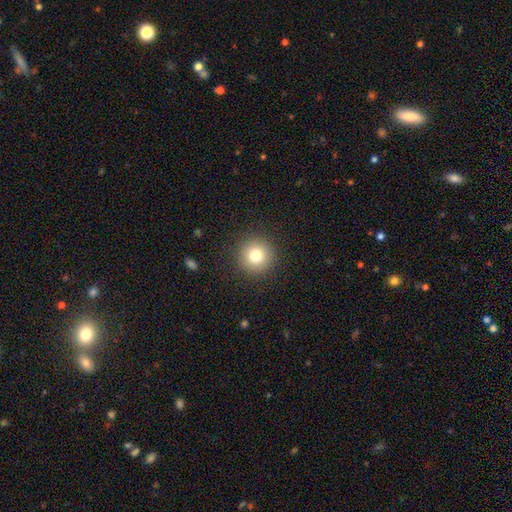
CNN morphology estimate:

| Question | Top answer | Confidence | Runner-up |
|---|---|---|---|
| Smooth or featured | smooth | 79% | star or artifact (12%) |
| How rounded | round | 95% | in between (4%) |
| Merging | none | 91% | minor disturbance (6%) |